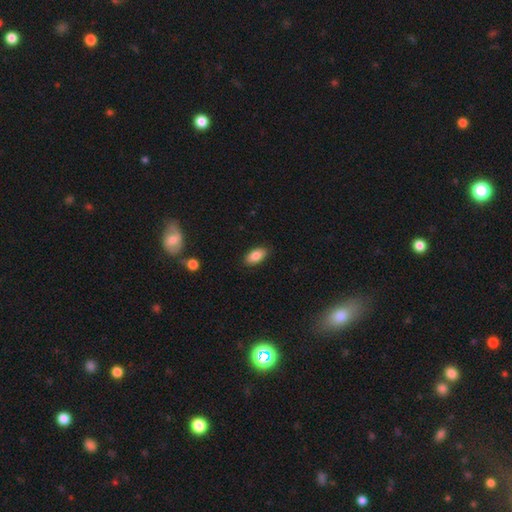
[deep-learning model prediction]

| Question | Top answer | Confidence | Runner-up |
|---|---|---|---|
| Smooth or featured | smooth | 85% | featured or disk (8%) |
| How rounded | in between | 93% | cigar-shaped (4%) |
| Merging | none | 87% | minor disturbance (10%) |